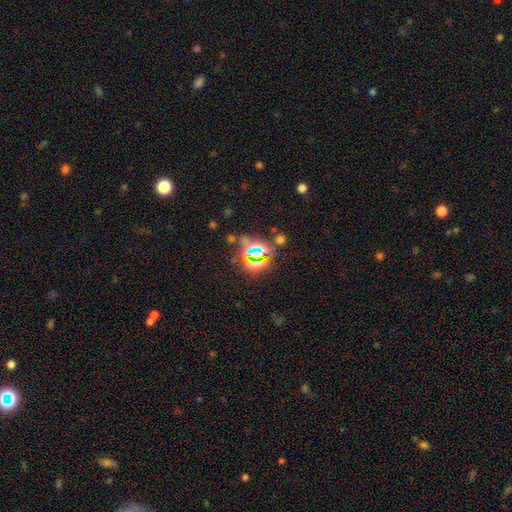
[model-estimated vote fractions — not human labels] smooth-or-featured: star or artifact: 70% | smooth: 20% | featured or disk: 10%